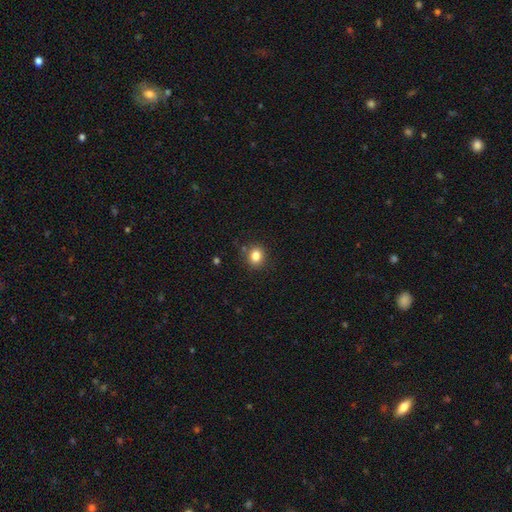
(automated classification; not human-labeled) A smooth galaxy with no disk features (83%) that is round (73%). Merging: none (86%).